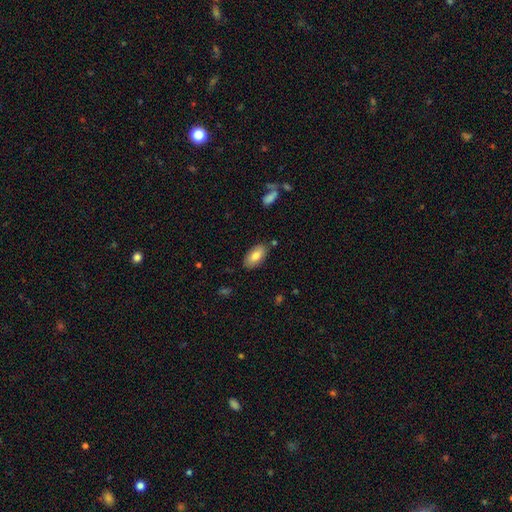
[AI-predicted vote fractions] Smooth or featured: smooth — 79% (featured or disk — 14%)
How rounded: in between — 93% (cigar-shaped — 4%)
Merging: none — 83% (minor disturbance — 12%)